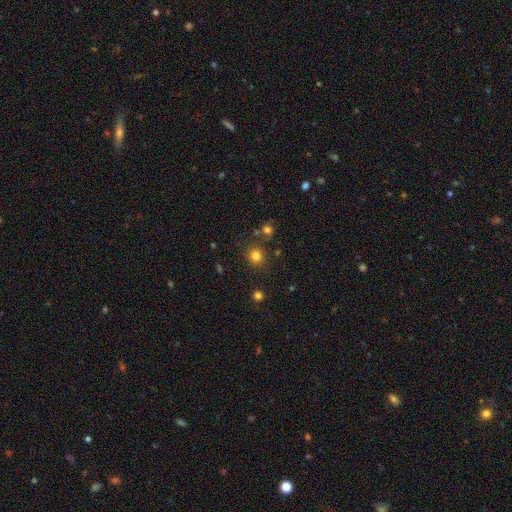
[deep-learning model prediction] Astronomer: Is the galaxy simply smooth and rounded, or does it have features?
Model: smooth — 79%.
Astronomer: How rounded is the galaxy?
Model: round — 89%.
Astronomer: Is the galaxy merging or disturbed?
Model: none — 82%.